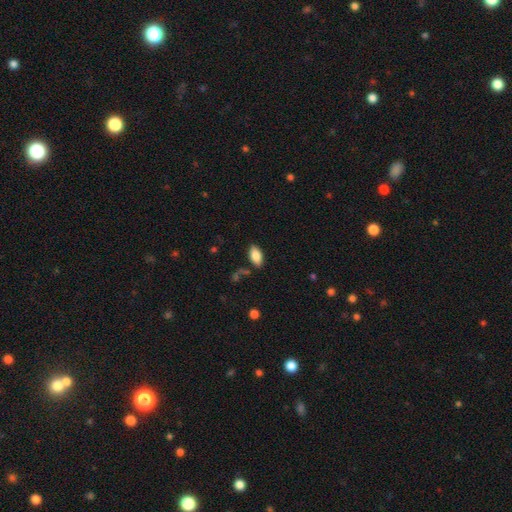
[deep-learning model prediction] Smooth or featured?
  - smooth: 85% *
  - featured or disk: 8%
  - star or artifact: 7%
How rounded?
  - in between: 92% *
  - cigar-shaped: 5%
  - round: 3%
Merging?
  - none: 83% *
  - minor disturbance: 11%
  - merger: 3%
  - major disturbance: 3%